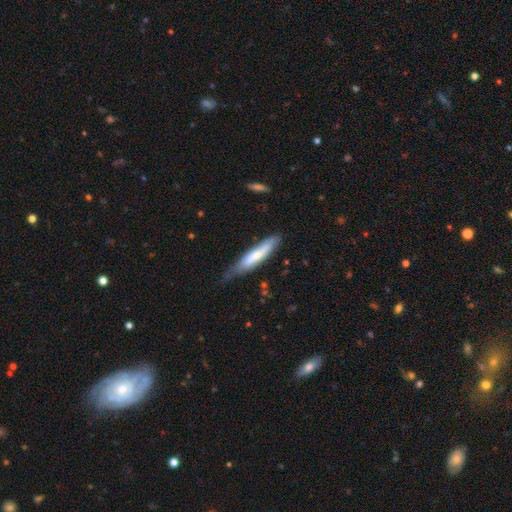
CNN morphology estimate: Overall: smooth (57%; featured or disk 38%). How rounded: cigar-shaped (82%). Merging: none (50%; minor disturbance 37%).